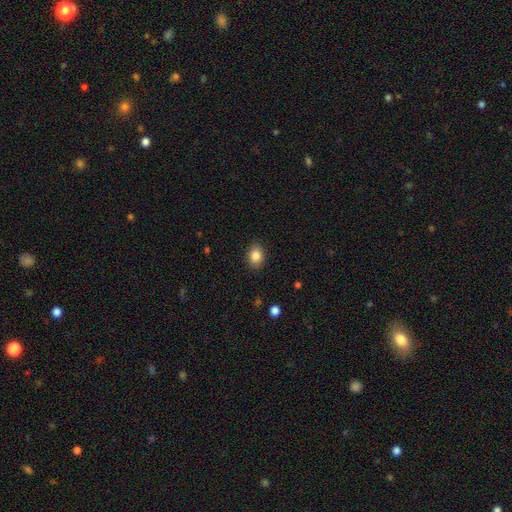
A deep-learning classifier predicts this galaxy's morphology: Overall: smooth (85%). How rounded: in between (67%; round 32%). Merging: none (87%).